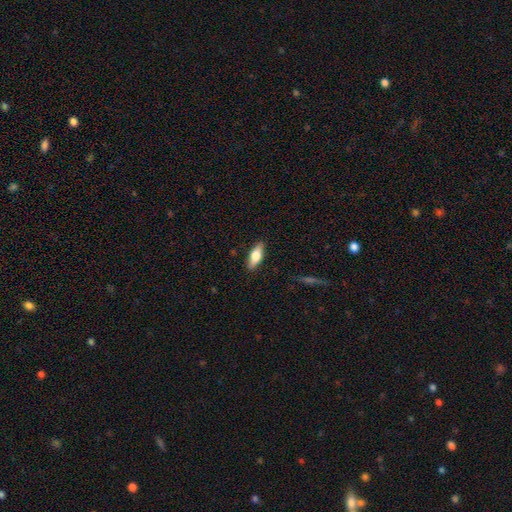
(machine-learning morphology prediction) smooth-or-featured: smooth: 69% | featured or disk: 25% | star or artifact: 6%
  how-rounded: in between: 70% | cigar-shaped: 28% | round: 2%
  merging: none: 88% | minor disturbance: 9% | major disturbance: 2% | merger: 1%